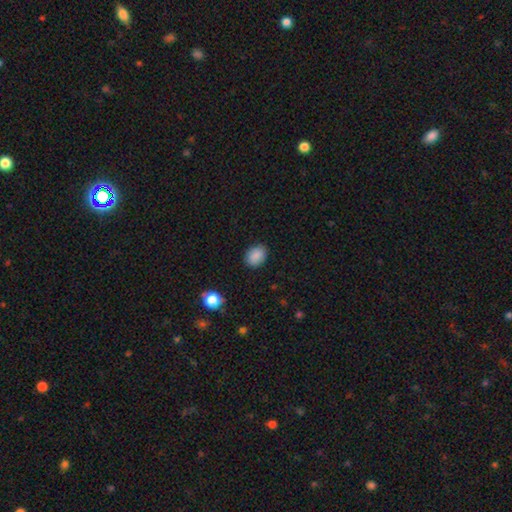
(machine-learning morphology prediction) smooth-or-featured: smooth: 88% | star or artifact: 9% | featured or disk: 4%
  how-rounded: in between: 63% | round: 36% | cigar-shaped: 1%
  merging: none: 87% | minor disturbance: 9% | major disturbance: 2% | merger: 1%